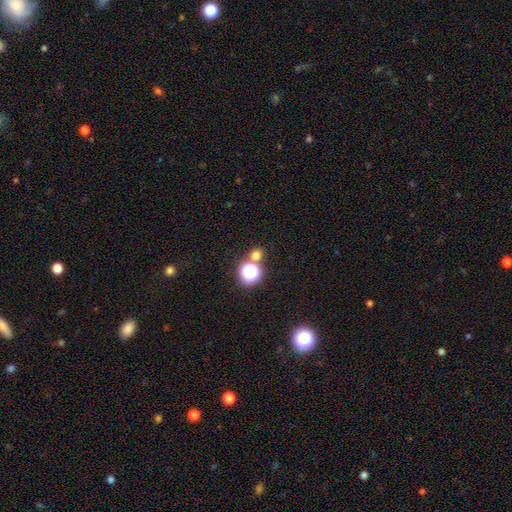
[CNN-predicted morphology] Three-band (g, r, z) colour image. It shows a smooth galaxy with no disk features (65%) that is round (87%). Merging: none (70%).